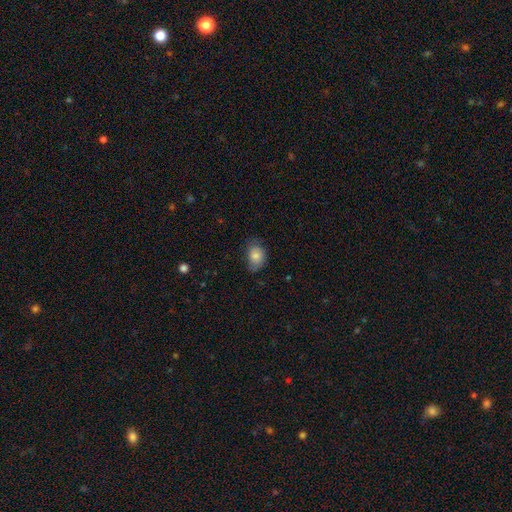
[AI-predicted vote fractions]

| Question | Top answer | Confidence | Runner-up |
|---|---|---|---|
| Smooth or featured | smooth | 80% | featured or disk (11%) |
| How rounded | in between | 72% | round (27%) |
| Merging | none | 61% | minor disturbance (30%) |